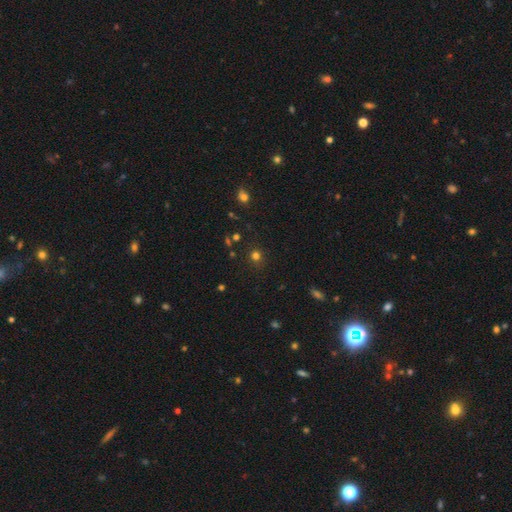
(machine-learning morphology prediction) Q: Smooth or featured?
A: smooth (72%); runner-up: star or artifact (22%)
Q: How rounded?
A: round (90%); runner-up: in between (9%)
Q: Merging?
A: none (86%); runner-up: minor disturbance (8%)